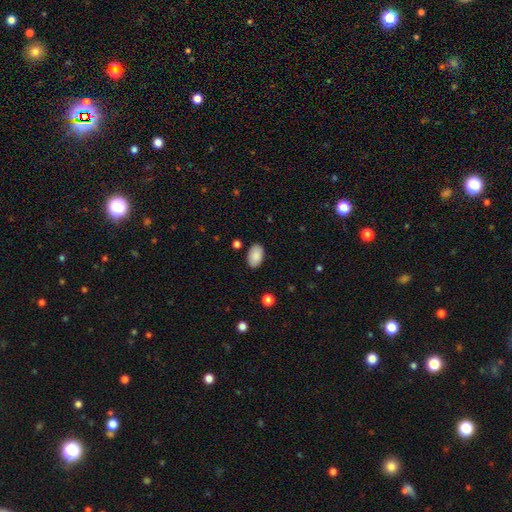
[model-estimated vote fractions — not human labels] A smooth galaxy with no disk features (89%) that is in between round and cigar-shaped (93%).

Vote fractions:
- Smooth or featured? smooth: 89% / star or artifact: 7% / featured or disk: 4%
- How rounded? in between: 93% / round: 6% / cigar-shaped: 1%
- Merging? none: 86% / minor disturbance: 10% / major disturbance: 2% / merger: 1%